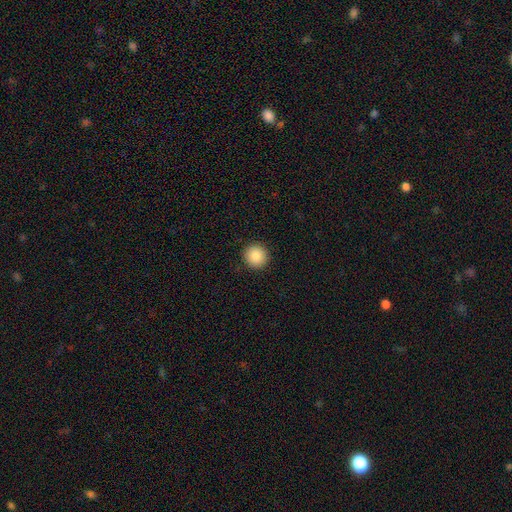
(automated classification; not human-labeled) A smooth galaxy with no disk features (87%) that is round (95%).

Vote fractions:
- Smooth or featured? smooth: 87% / star or artifact: 9% / featured or disk: 4%
- How rounded? round: 95% / in between: 4% / cigar-shaped: 1%
- Merging? none: 93% / minor disturbance: 4% / major disturbance: 2% / merger: 1%